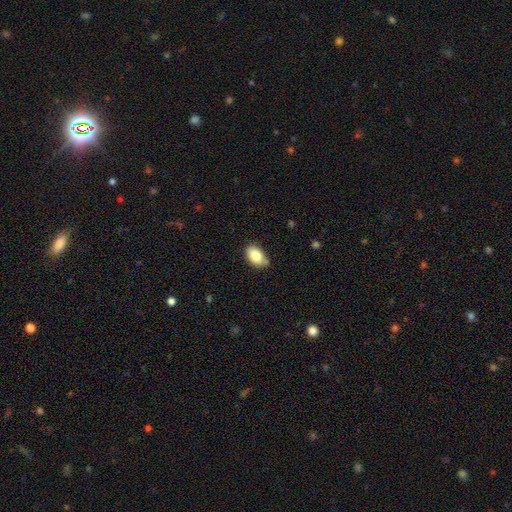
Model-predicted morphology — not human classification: Smooth or featured: smooth — 82% (featured or disk — 11%)
How rounded: in between — 92% (round — 7%)
Merging: none — 75% (minor disturbance — 20%)